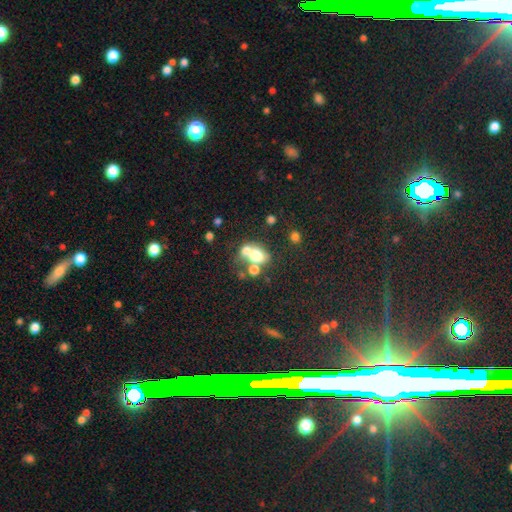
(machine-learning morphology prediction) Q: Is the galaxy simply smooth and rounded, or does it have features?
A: smooth — 63%.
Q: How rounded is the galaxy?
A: in between — 57%.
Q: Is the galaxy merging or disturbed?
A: merger — 53%.